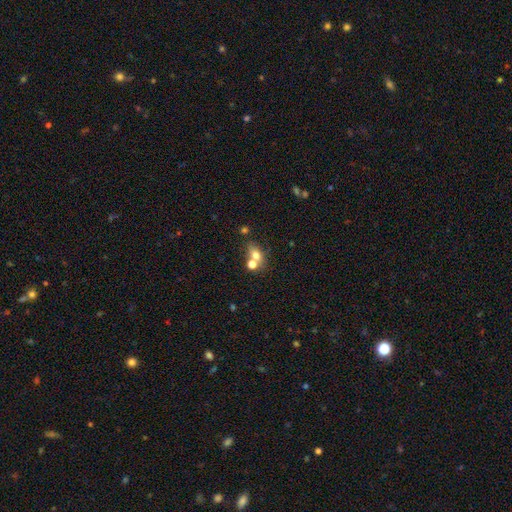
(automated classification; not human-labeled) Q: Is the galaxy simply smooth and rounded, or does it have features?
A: smooth — 68%.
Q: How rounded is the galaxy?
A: in between — 63%.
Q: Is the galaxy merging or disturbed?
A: none — 42%.